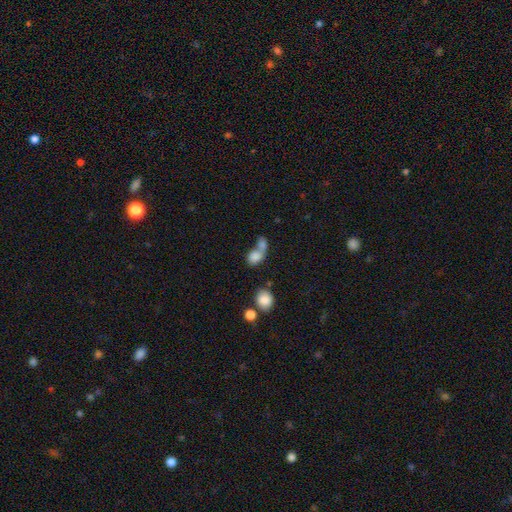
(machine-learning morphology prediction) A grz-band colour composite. It shows a smooth galaxy with no disk features (79%) that is in between round and cigar-shaped (54%). Merging: merger (63%).